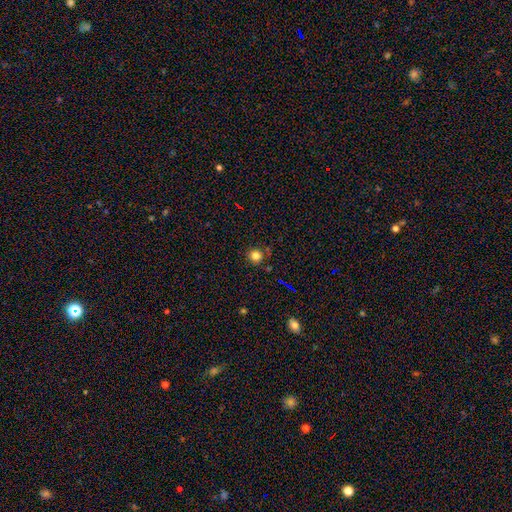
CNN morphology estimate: This appears to be a smooth galaxy with no disk features (80%) that is round (90%). Merging: none (84%).